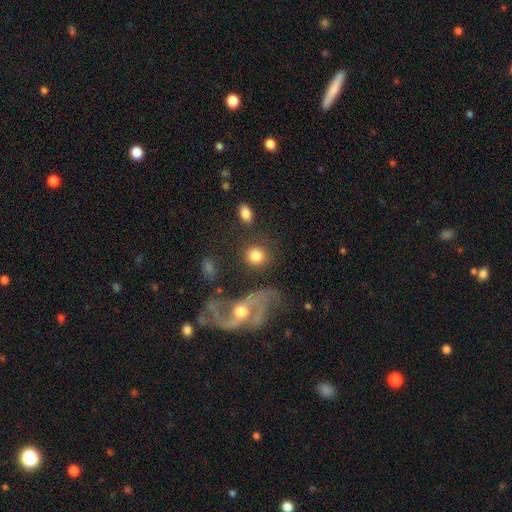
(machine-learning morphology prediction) Smooth or featured: smooth — 79% (featured or disk — 13%)
How rounded: round — 81% (in between — 17%)
Merging: none — 72% (minor disturbance — 11%)